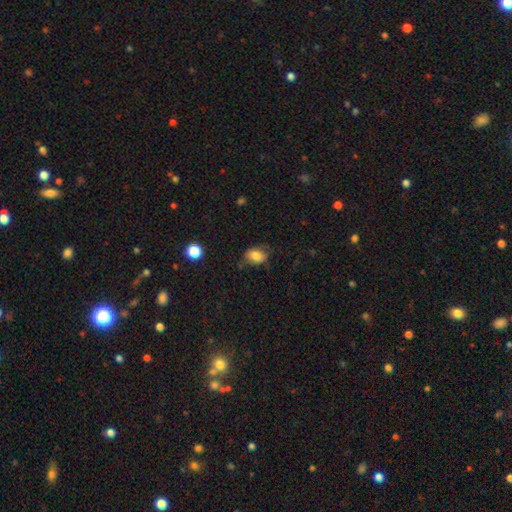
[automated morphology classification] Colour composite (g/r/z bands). It shows a smooth galaxy with no disk features (79%) that is in between round and cigar-shaped (71%). Merging: none (62%).